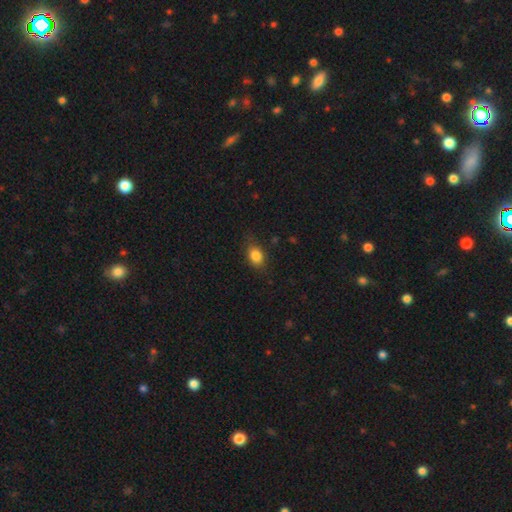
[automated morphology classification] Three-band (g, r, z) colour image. It shows a smooth galaxy with no disk features (84%) that is in between round and cigar-shaped (72%). Merging: none (76%).